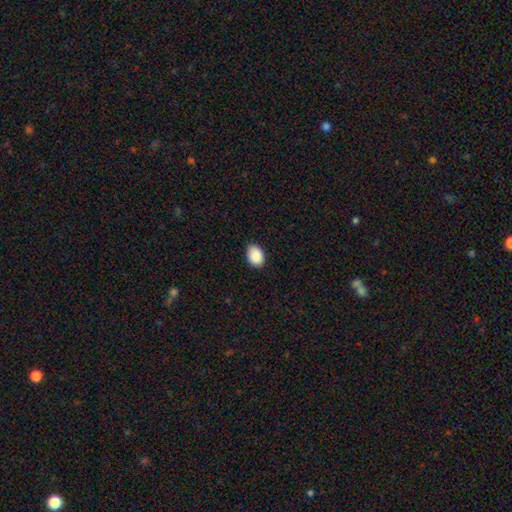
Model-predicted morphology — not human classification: Smooth or featured? Predicted: smooth (p=0.90). How rounded? Predicted: in between (p=0.83). Merging? Predicted: none (p=0.84).